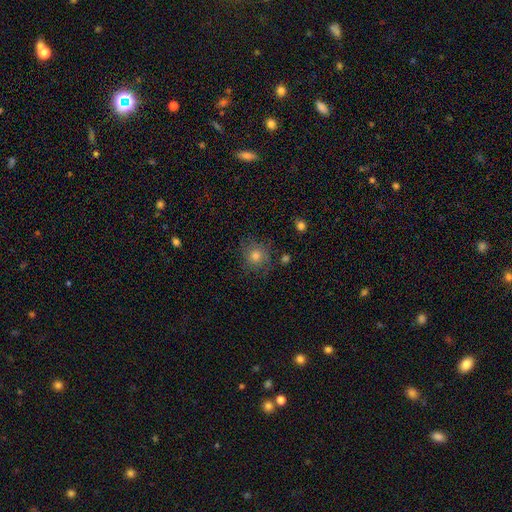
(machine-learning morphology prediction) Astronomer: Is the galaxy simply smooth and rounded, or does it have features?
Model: smooth — 66%.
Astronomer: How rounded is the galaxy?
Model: round — 88%.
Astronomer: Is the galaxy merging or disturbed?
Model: none — 78%.